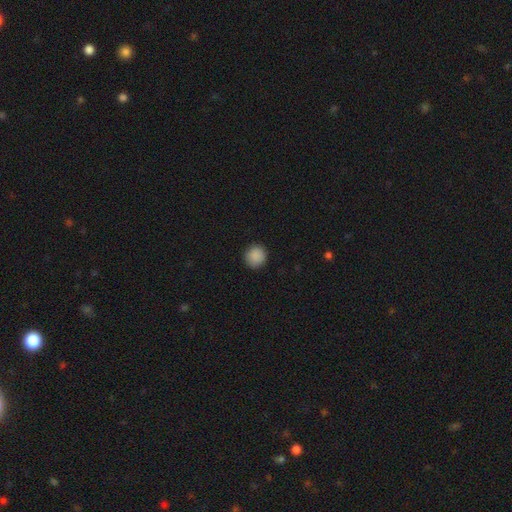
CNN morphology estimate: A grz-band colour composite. It shows a smooth galaxy with no disk features (89%) that is round (93%). Merging: none (91%).